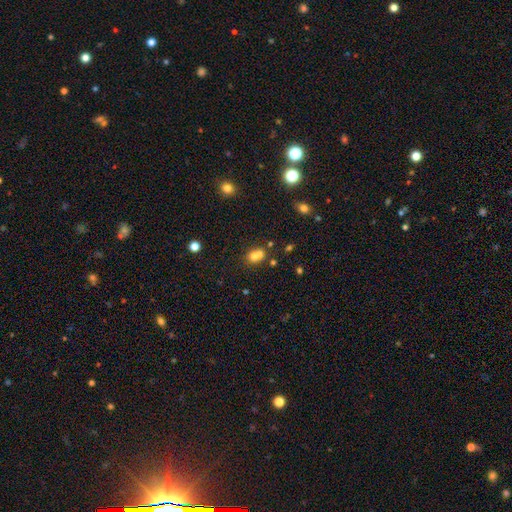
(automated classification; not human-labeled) smooth_or_featured: smooth (p=0.69) [alt: featured or disk p=0.16]
how_rounded: round (p=0.71) [alt: in between p=0.28]
merging: merger (p=0.56) [alt: none p=0.33]